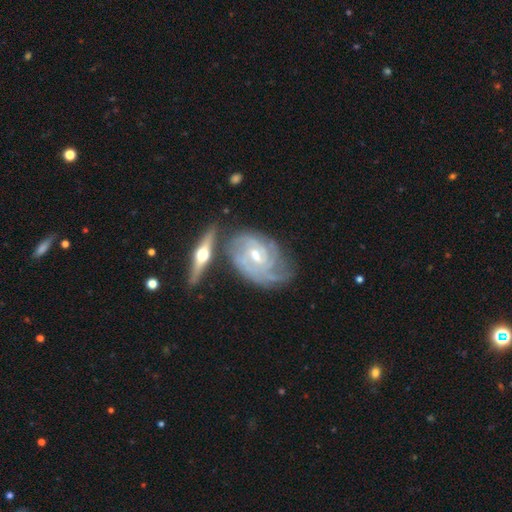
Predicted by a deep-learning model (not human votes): smooth-or-featured: featured or disk: 88% | smooth: 7% | star or artifact: 5%
  disk-edge-on: no: 92% | yes: 8%
    bar: weak: 48% | no: 36% | strong: 16%
    has-spiral-arms: yes: 96% | no: 4%
      spiral-winding: tight: 70% | medium: 25% | loose: 6%
      spiral-arm-count: can't tell: 29% | 3: 27% | 2: 20% | 4: 15% | 1: 5% | more than 4: 5%
    bulge-size: moderate: 56% | small: 39% | large: 3% | none: 1% | dominant: 1%
  merging: none: 59% | minor disturbance: 20% | merger: 13% | major disturbance: 9%